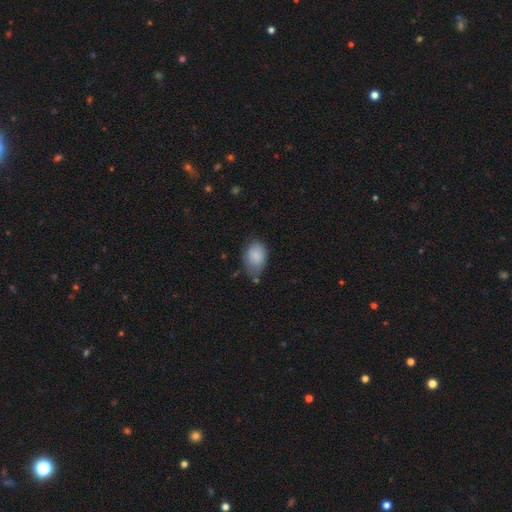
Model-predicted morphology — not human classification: Q: Smooth or featured?
A: smooth (86%); runner-up: featured or disk (7%)
Q: How rounded?
A: in between (83%); runner-up: round (15%)
Q: Merging?
A: none (51%); runner-up: minor disturbance (36%)